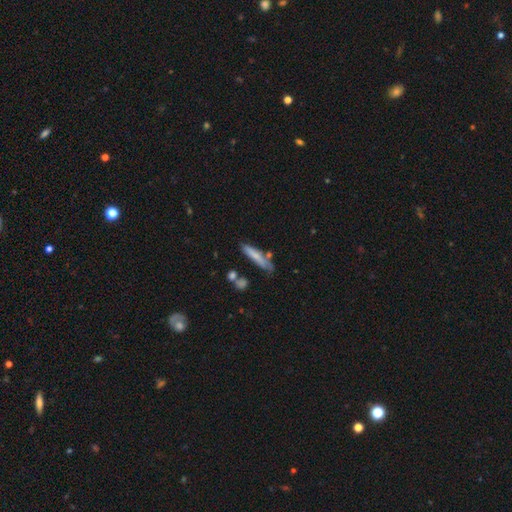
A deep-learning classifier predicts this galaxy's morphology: The model was most divided on "merging": none: 64%, minor disturbance: 21%, merger: 10%, major disturbance: 6%. More confident: how rounded — cigar-shaped (82%); smooth or featured — smooth (68%).